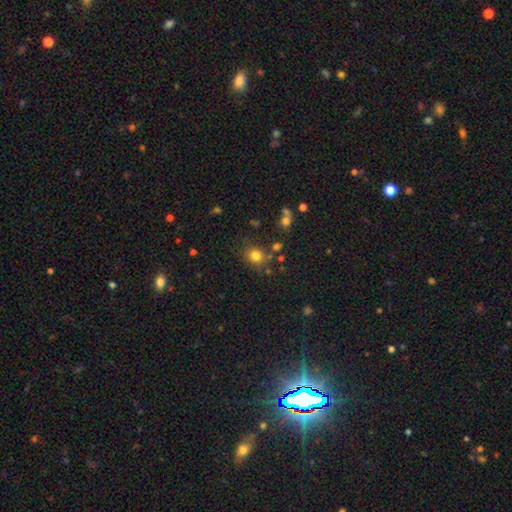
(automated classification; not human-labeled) Overall: smooth (79%). How rounded: round (75%). Merging: none (77%).